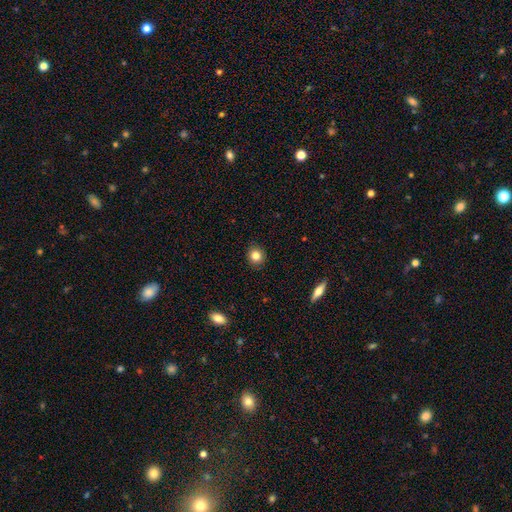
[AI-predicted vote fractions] Overall: smooth (82%). How rounded: round (81%). Merging: none (90%).